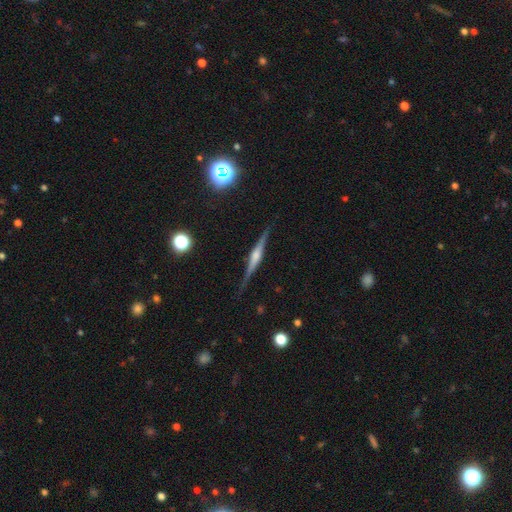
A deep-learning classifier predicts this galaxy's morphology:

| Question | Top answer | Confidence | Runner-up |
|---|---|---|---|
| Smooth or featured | featured or disk | 80% | smooth (13%) |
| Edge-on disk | yes | 98% | no (2%) |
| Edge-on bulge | rounded | 75% | boxy (18%) |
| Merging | none | 88% | minor disturbance (9%) |